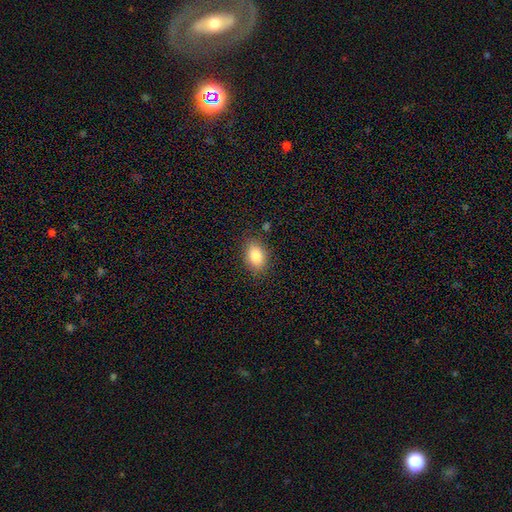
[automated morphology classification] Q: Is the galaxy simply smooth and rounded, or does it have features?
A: smooth — 83%.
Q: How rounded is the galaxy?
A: in between — 84%.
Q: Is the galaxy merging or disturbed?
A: none — 84%.